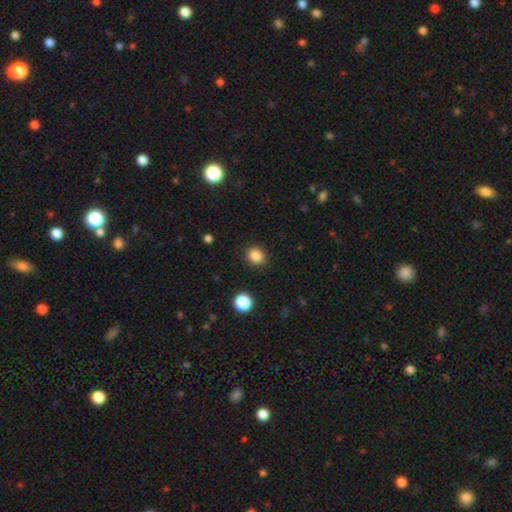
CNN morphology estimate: This is clearly a smooth galaxy (85%). How rounded: likely round (78%). Merging: clearly none (89%).